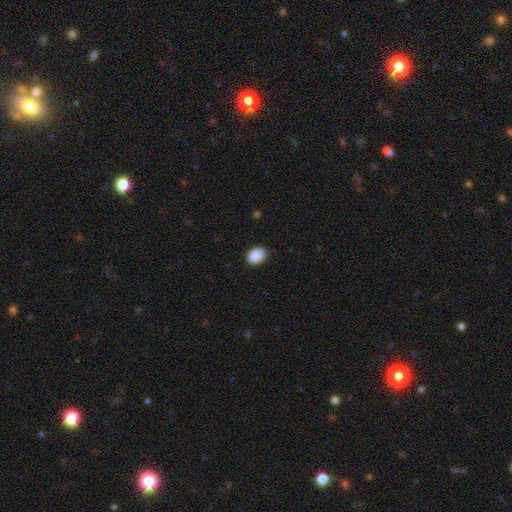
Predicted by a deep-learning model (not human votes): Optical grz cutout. It shows a smooth galaxy with no disk features (90%) that is in between round and cigar-shaped (68%). Merging: none (86%).